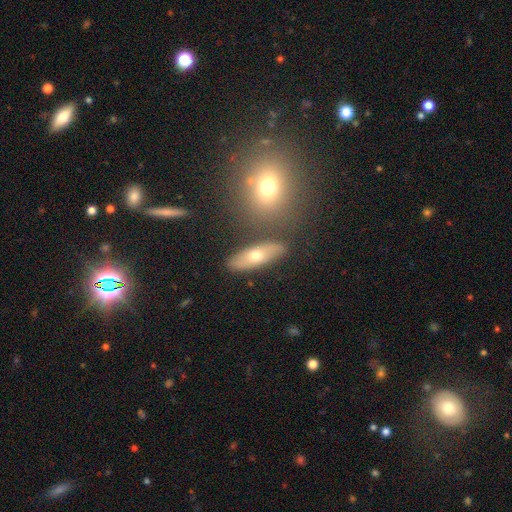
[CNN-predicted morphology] smooth 55%, featured or disk 36%, star or artifact 8%. Down the decision tree: how rounded — in between (57%); merging — none (79%).